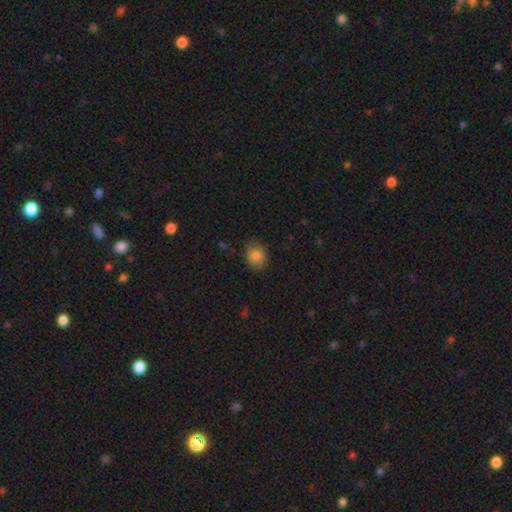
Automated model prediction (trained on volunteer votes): smooth 83%, star or artifact 9%, featured or disk 8%. Down the decision tree: how rounded — round (50%); merging — none (81%).